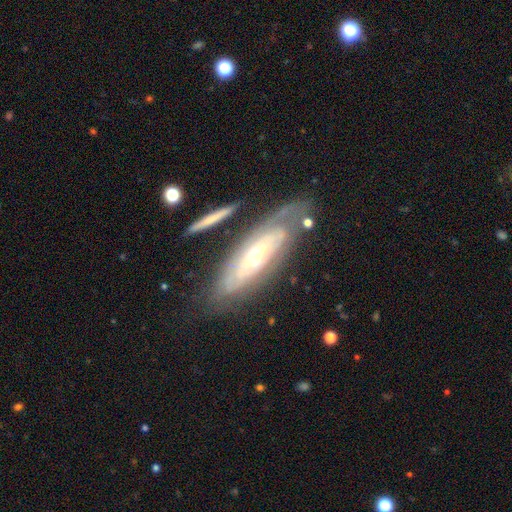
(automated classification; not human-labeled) This is likely a featured or disk galaxy (75%). It is likely not viewed edge-on (75%). Bar: likely no (63%). Spiral arm pattern: likely yes (75%). Central bulge: possibly moderate (58%). Merging: likely none (65%).